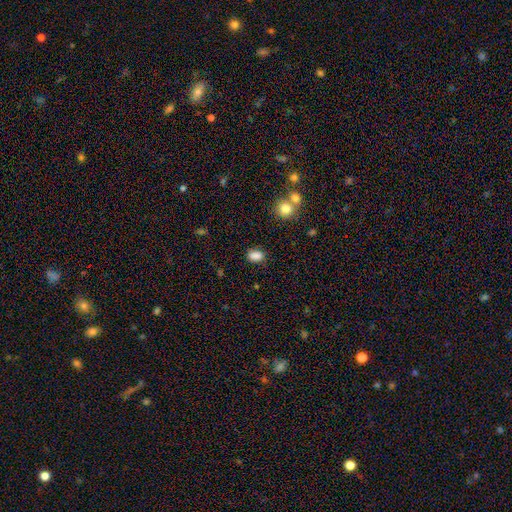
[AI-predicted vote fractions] A smooth galaxy with no disk features (85%) that is in between round and cigar-shaped (79%). Merging: none (80%).